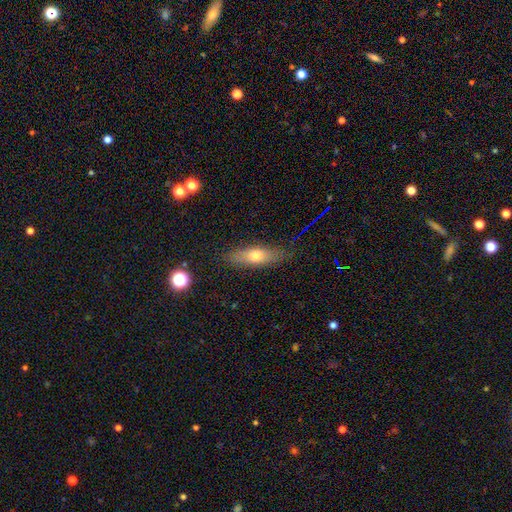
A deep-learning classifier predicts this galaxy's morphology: This is likely a smooth galaxy (64%). How rounded: possibly in between (50%). Merging: clearly none (82%).